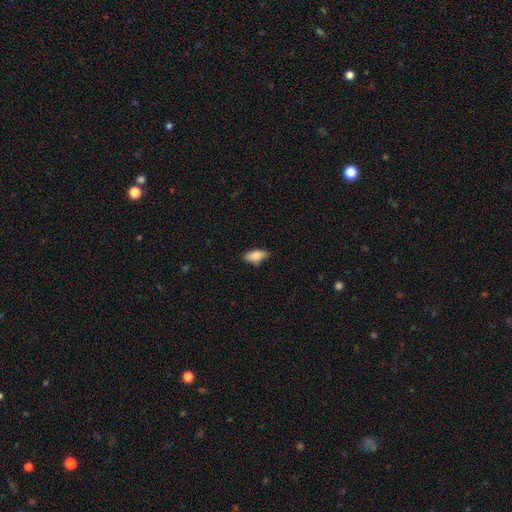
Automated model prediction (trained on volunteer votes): smooth 85%, featured or disk 8%, star or artifact 6%. Down the decision tree: how rounded — in between (87%); merging — none (81%).